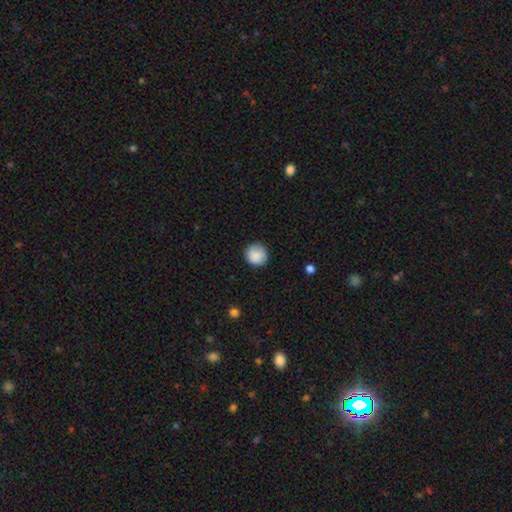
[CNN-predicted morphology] Smooth or featured? smooth (87%)
How rounded? round (92%)
Merging? none (84%)